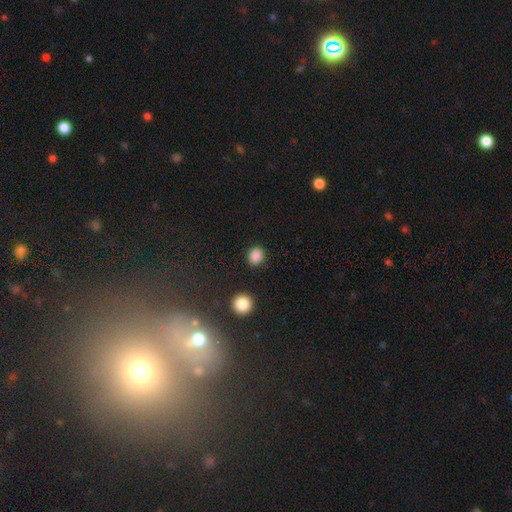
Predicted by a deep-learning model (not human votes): A smooth galaxy with no disk features (86%) that is round (69%).

Vote fractions:
- Smooth or featured? smooth: 86% / star or artifact: 11% / featured or disk: 3%
- How rounded? round: 69% / in between: 30% / cigar-shaped: 1%
- Merging? none: 87% / minor disturbance: 8% / major disturbance: 3% / merger: 2%